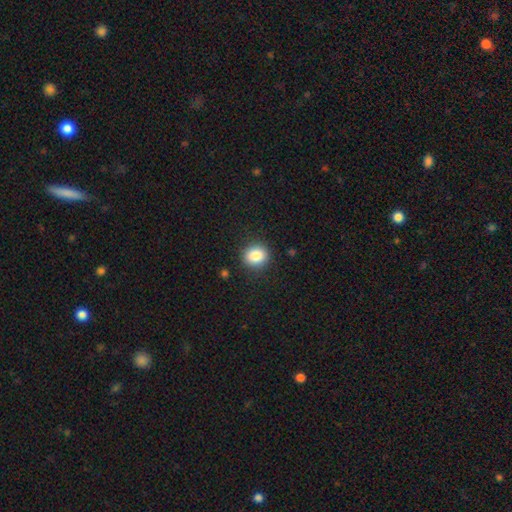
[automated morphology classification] A smooth galaxy with no disk features (85%) that is round (77%).

Vote fractions:
- Smooth or featured? smooth: 85% / star or artifact: 10% / featured or disk: 6%
- How rounded? round: 77% / in between: 22% / cigar-shaped: 1%
- Merging? none: 89% / minor disturbance: 7% / major disturbance: 2% / merger: 1%